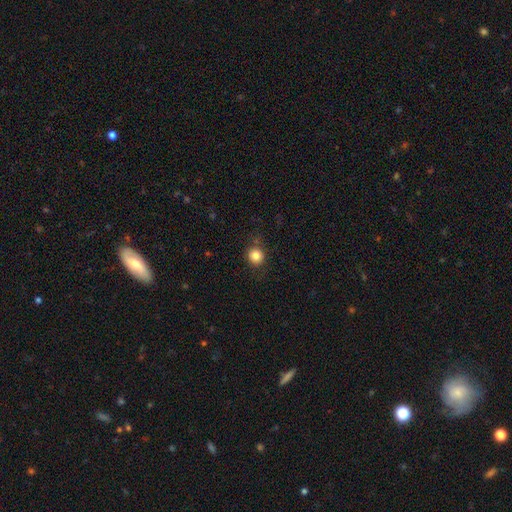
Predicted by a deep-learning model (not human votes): Smooth or featured? smooth (83%)
How rounded? round (90%)
Merging? none (84%)